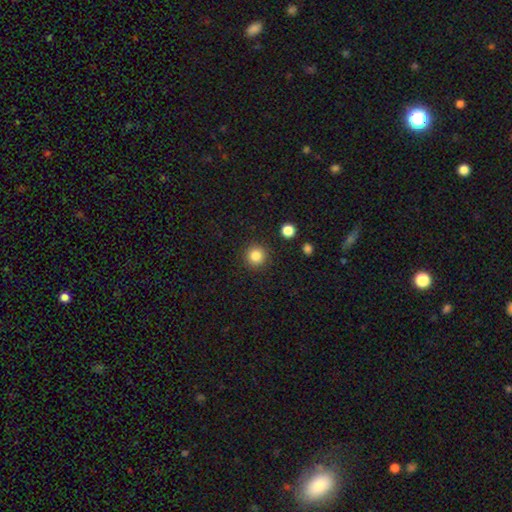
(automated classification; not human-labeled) smooth 84%, star or artifact 11%, featured or disk 5%. Down the decision tree: how rounded — round (95%); merging — none (91%).